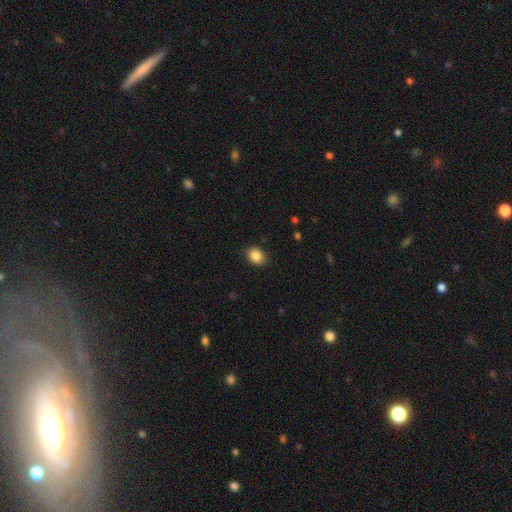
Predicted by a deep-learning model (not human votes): smooth_or_featured: smooth (p=0.87) [alt: star or artifact p=0.09]
how_rounded: in between (p=0.55) [alt: round p=0.44]
merging: none (p=0.89) [alt: minor disturbance p=0.08]